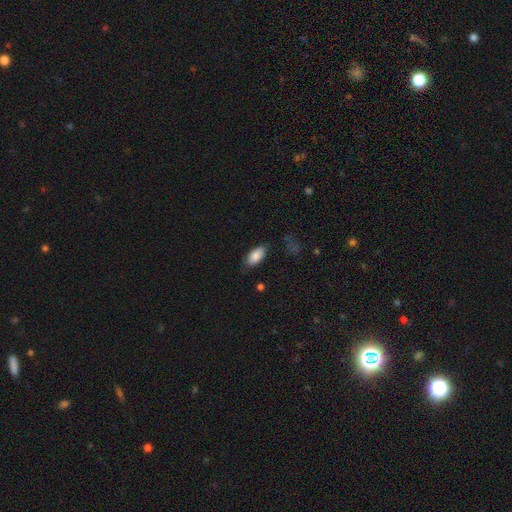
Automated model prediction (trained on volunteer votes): Smooth or featured? smooth (86%)
How rounded? in between (92%)
Merging? none (76%)